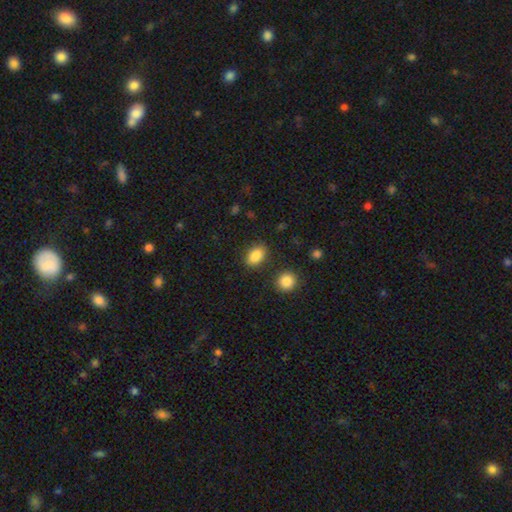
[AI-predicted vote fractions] A smooth galaxy with no disk features (86%) that is in between round and cigar-shaped (83%).

Vote fractions:
- Smooth or featured? smooth: 86% / star or artifact: 8% / featured or disk: 6%
- How rounded? in between: 83% / round: 16% / cigar-shaped: 2%
- Merging? none: 83% / minor disturbance: 10% / merger: 4% / major disturbance: 3%